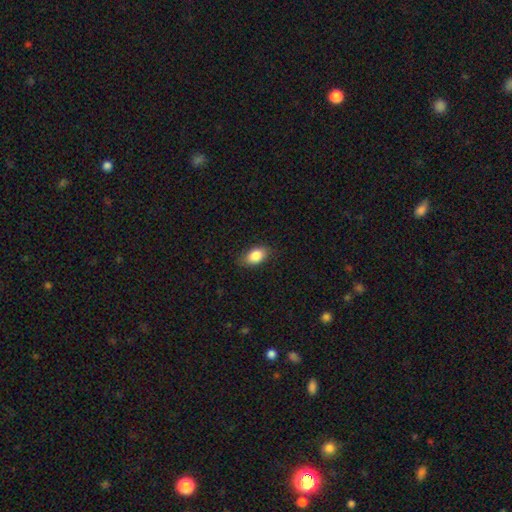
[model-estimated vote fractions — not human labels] Smooth or featured? smooth (86%)
How rounded? in between (88%)
Merging? none (82%)